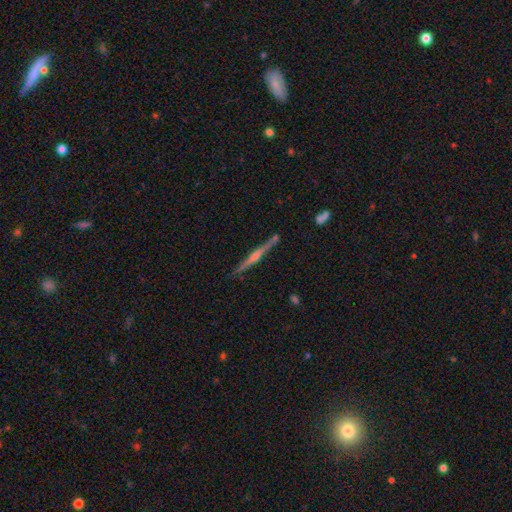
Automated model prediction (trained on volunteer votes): Smooth or featured: featured or disk — 77% (smooth — 16%)
Edge-on disk: yes — 98% (no — 2%)
Edge-on bulge: rounded — 73% (none — 16%)
Merging: none — 90% (minor disturbance — 7%)